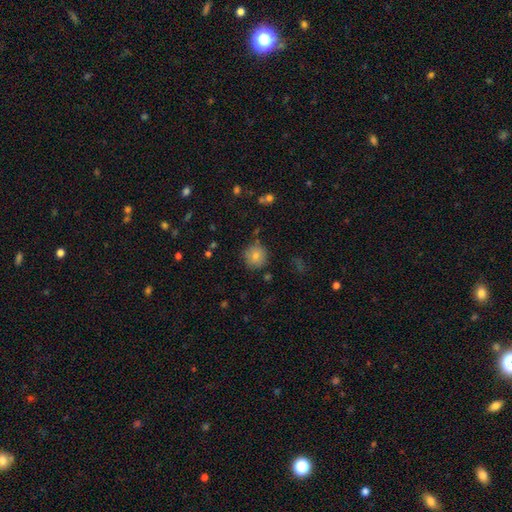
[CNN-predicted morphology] Smooth or featured?
  - smooth: 79% *
  - star or artifact: 11%
  - featured or disk: 10%
How rounded?
  - round: 93% *
  - in between: 6%
  - cigar-shaped: 1%
Merging?
  - none: 84% *
  - minor disturbance: 11%
  - merger: 3%
  - major disturbance: 3%